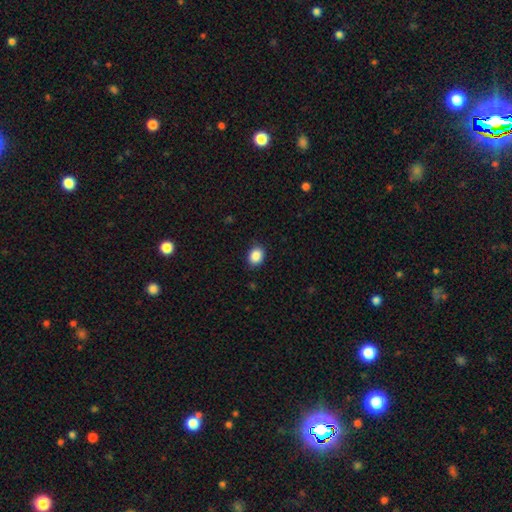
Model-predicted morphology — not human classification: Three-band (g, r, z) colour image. It shows a smooth galaxy with no disk features (88%) that is in between round and cigar-shaped (51%). Merging: none (85%).